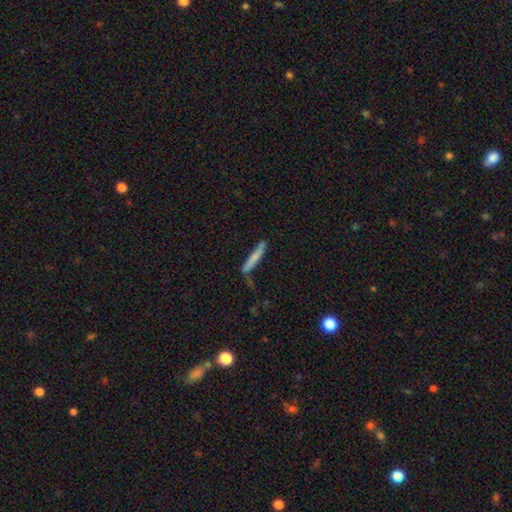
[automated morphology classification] Smooth or featured? Predicted: smooth (p=0.69). How rounded? Predicted: cigar-shaped (p=0.95). Merging? Predicted: none (p=0.76).